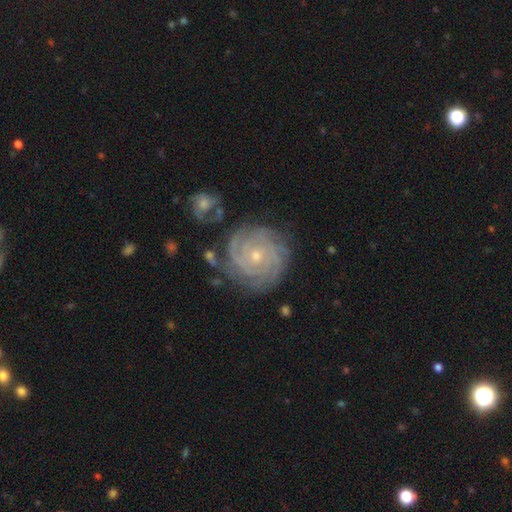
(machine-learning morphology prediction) This is clearly a featured or disk galaxy (87%). It is clearly not viewed edge-on (98%). Bar: likely no (76%). Spiral arm pattern: clearly yes (97%). Spiral arm count: marginally can't tell (23%, tied with 4 and 3). Spiral winding: clearly tight (84%). Central bulge: likely small (64%). Merging: likely none (76%).